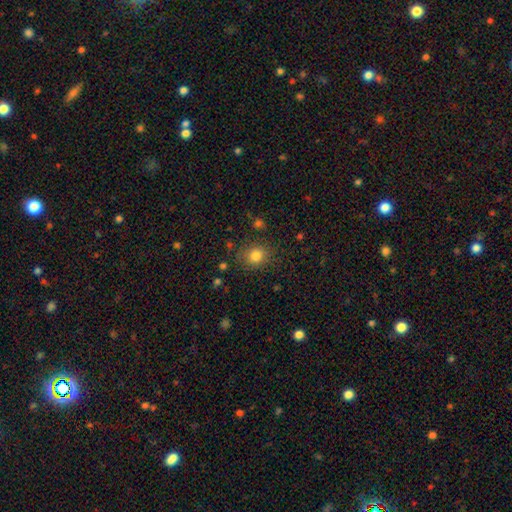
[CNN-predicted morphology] Q: Smooth or featured?
A: smooth (82%); runner-up: star or artifact (12%)
Q: How rounded?
A: round (76%); runner-up: in between (23%)
Q: Merging?
A: none (83%); runner-up: minor disturbance (11%)